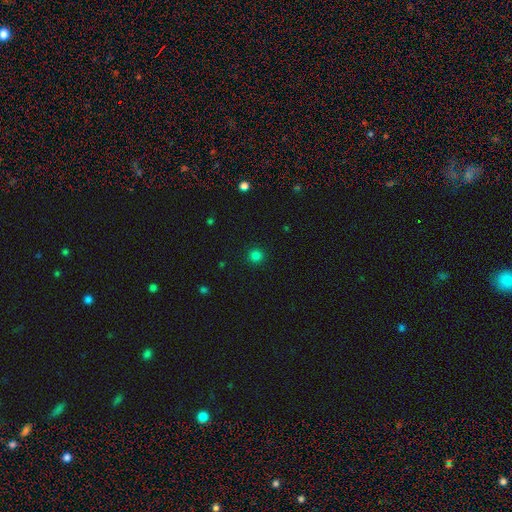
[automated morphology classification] A smooth galaxy with no disk features (82%) that is round (94%). Merging: none (92%).